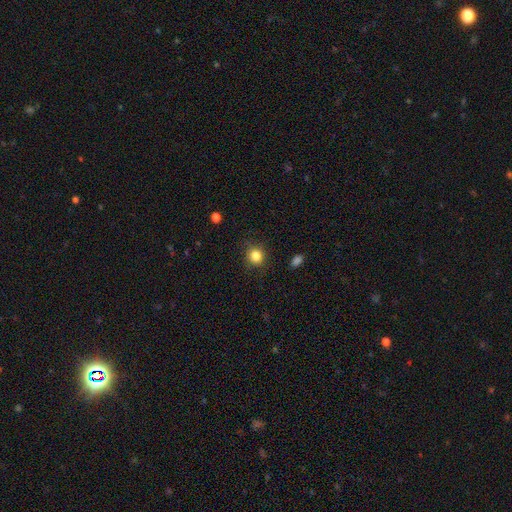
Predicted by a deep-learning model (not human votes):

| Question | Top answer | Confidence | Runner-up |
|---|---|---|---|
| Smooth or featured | smooth | 84% | star or artifact (11%) |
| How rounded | round | 87% | in between (12%) |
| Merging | none | 86% | minor disturbance (10%) |